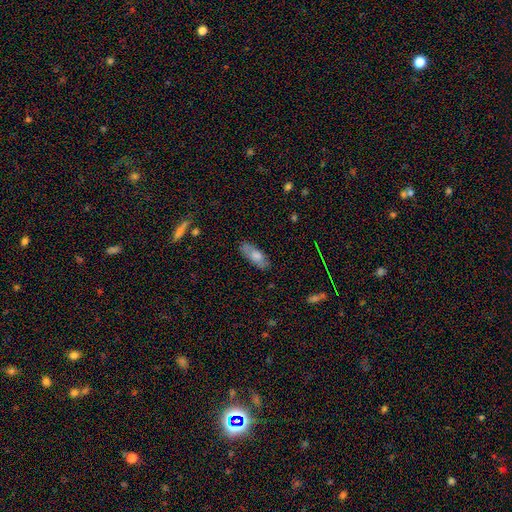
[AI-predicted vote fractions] This is likely a smooth galaxy (73%). How rounded: likely in between (72%). Merging: likely none (78%).